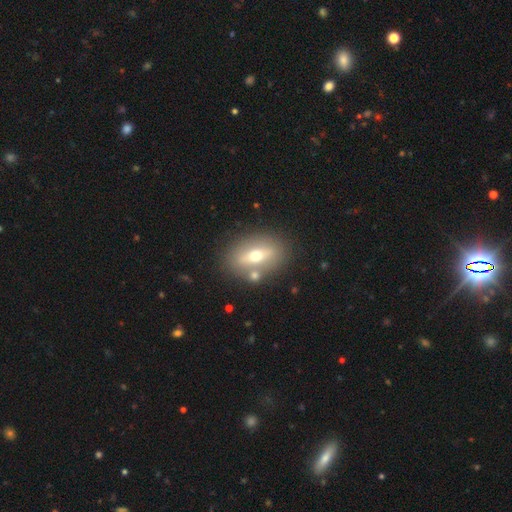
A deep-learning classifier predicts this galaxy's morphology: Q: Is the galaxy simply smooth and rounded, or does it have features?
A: featured or disk — 47%.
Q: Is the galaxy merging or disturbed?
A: none — 79%.